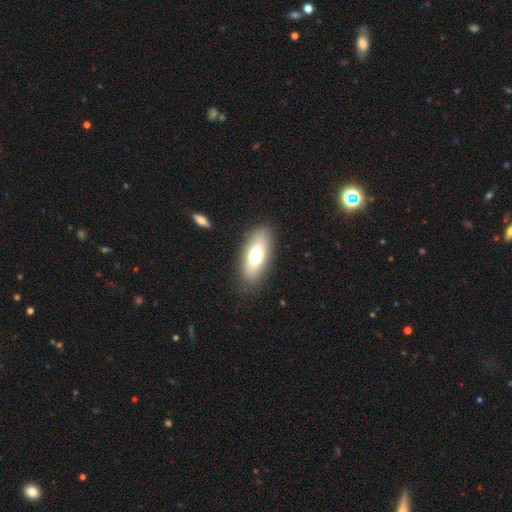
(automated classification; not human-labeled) smooth-or-featured: smooth: 68% | featured or disk: 24% | star or artifact: 8%
  how-rounded: in between: 77% | cigar-shaped: 19% | round: 4%
  merging: none: 86% | minor disturbance: 9% | major disturbance: 3% | merger: 1%